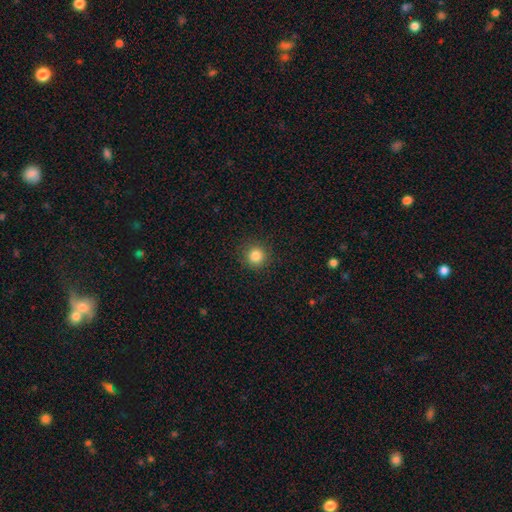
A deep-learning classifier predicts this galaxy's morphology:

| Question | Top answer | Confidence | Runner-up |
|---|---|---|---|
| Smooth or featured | smooth | 84% | star or artifact (11%) |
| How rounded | round | 94% | in between (5%) |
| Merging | none | 90% | minor disturbance (6%) |